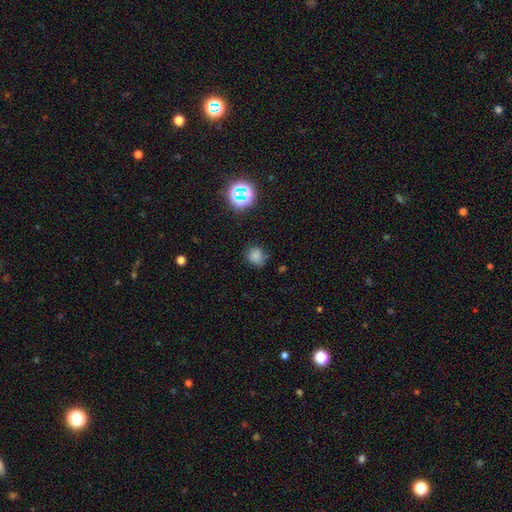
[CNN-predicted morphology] This appears to be a smooth galaxy with no disk features (76%) that is round (74%). Merging: none (73%).